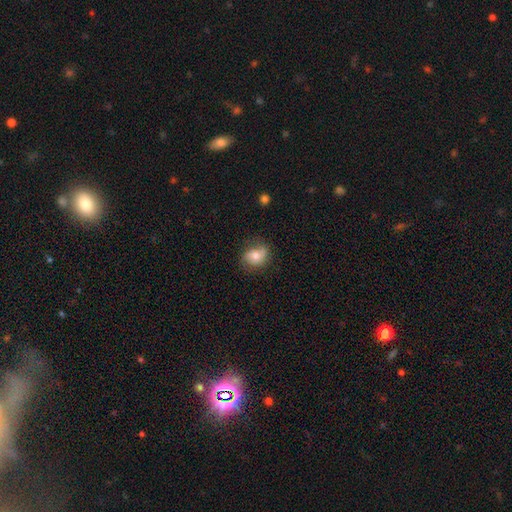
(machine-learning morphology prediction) Smooth or featured? smooth (59%)
How rounded? round (56%)
Merging? none (68%)